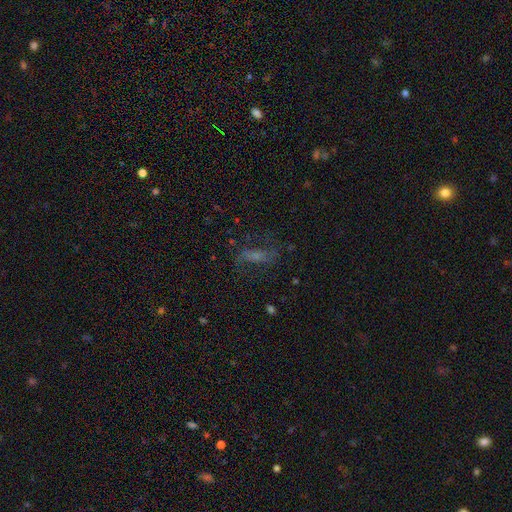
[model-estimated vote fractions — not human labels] Smooth or featured? featured or disk (52%)
Edge-on disk? no (86%)
Merging? none (65%)